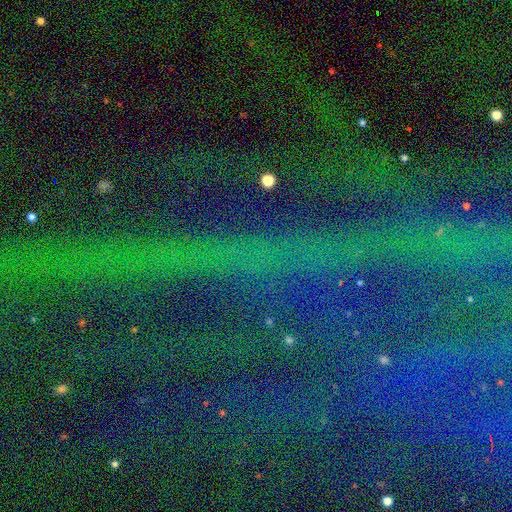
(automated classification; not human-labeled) Smooth or featured? Predicted: star or artifact (p=0.85).